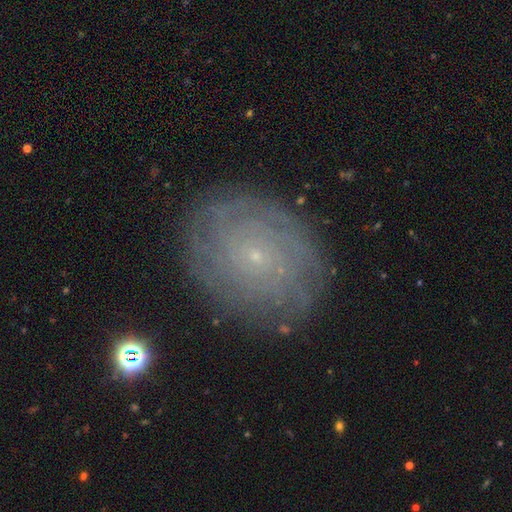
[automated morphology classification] smooth_or_featured: featured or disk (p=0.68) [alt: smooth p=0.21]
disk_edge_on: no (p=0.97) [alt: yes p=0.03]
bar: no (p=0.83) [alt: weak p=0.14]
has_spiral_arms: yes (p=0.86) [alt: no p=0.14]
spiral_winding: tight (p=0.81) [alt: medium p=0.14]
spiral_arm_count: can't tell (p=0.50) [alt: more than 4 p=0.13]
bulge_size: small (p=0.91) [alt: moderate p=0.05]
merging: none (p=0.83) [alt: minor disturbance p=0.12]